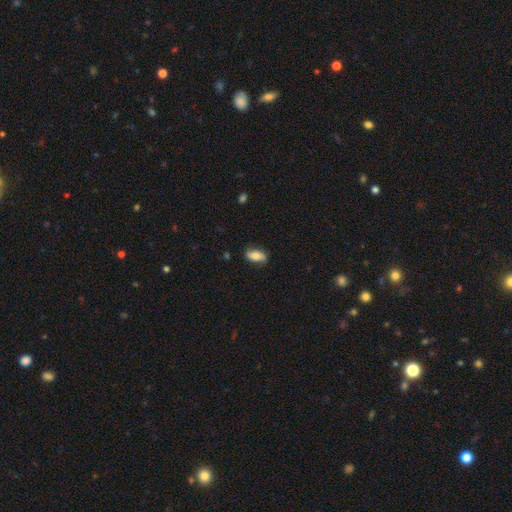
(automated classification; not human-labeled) Overall: smooth (65%; featured or disk 28%). How rounded: in between (85%). Merging: none (80%).